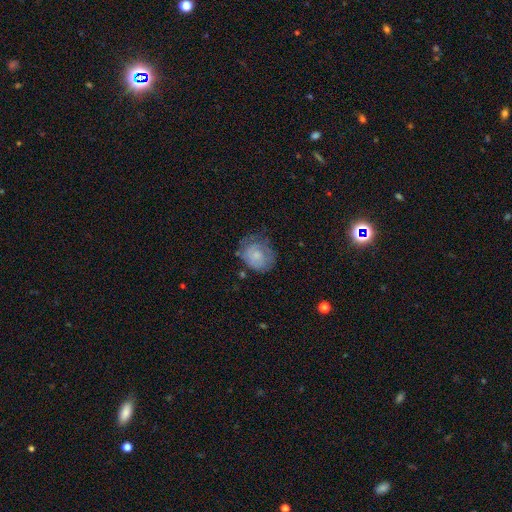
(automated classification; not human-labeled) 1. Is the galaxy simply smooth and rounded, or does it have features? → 56% smooth, 36% featured or disk, 8% star or artifact.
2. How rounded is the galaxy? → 63% round, 36% in between, 1% cigar-shaped.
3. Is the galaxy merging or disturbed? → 50% none, 30% minor disturbance, 17% major disturbance, 3% merger.